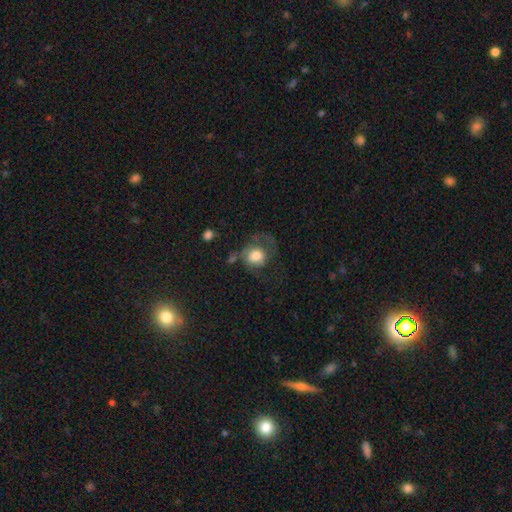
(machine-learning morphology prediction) Smooth or featured: smooth — 63% (featured or disk — 29%)
How rounded: round — 71% (in between — 28%)
Merging: major disturbance — 40% (none — 33%)